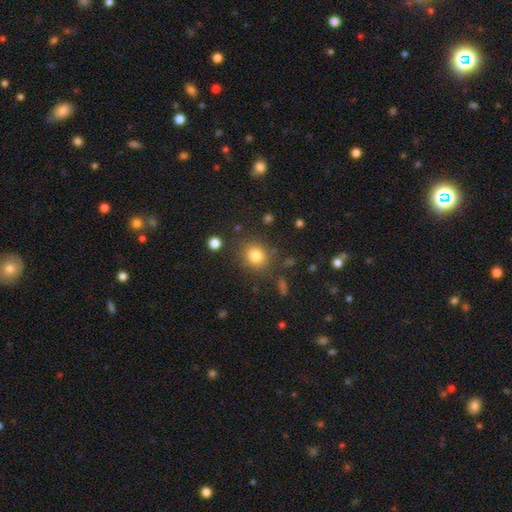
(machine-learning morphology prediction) This is clearly a smooth galaxy (80%). How rounded: clearly round (81%). Merging: clearly none (82%).